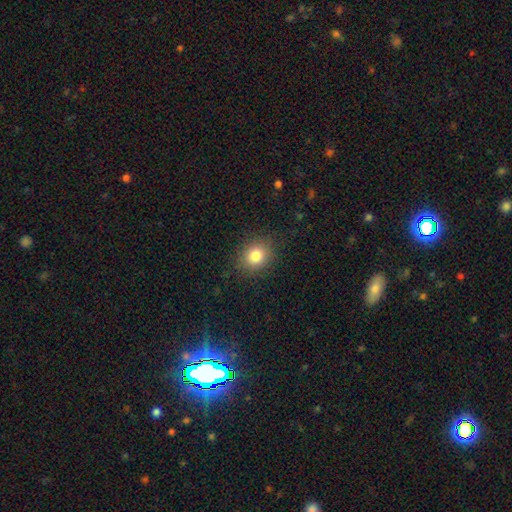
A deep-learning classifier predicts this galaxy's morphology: Smooth or featured? Predicted: smooth (p=0.82). How rounded? Predicted: round (p=0.62). Merging? Predicted: none (p=0.87).